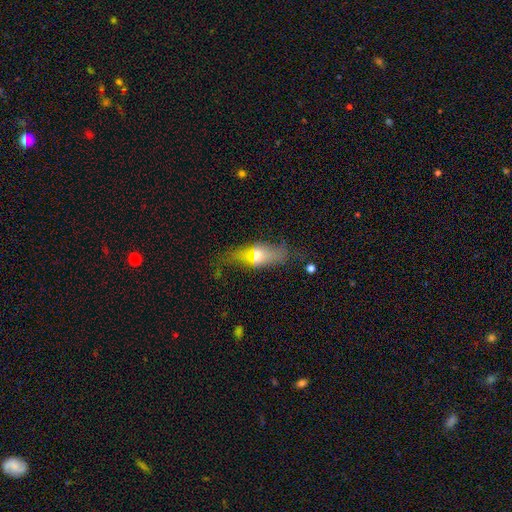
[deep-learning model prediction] Smooth or featured: smooth — 47% (featured or disk — 43%)
Merging: none — 56% (minor disturbance — 22%)